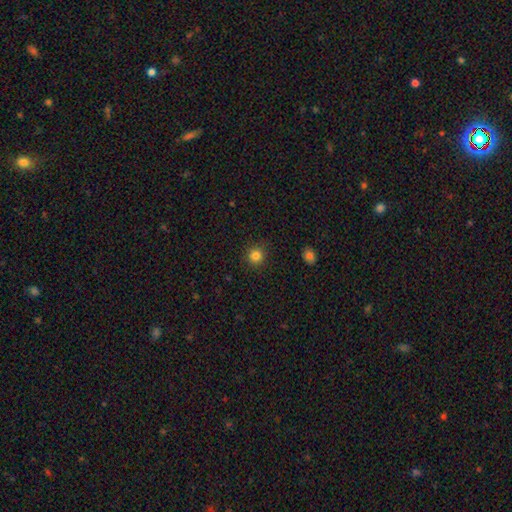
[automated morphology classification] Smooth or featured?
  - smooth: 83% *
  - star or artifact: 12%
  - featured or disk: 5%
How rounded?
  - round: 92% *
  - in between: 7%
  - cigar-shaped: 1%
Merging?
  - none: 90% *
  - minor disturbance: 6%
  - major disturbance: 2%
  - merger: 1%